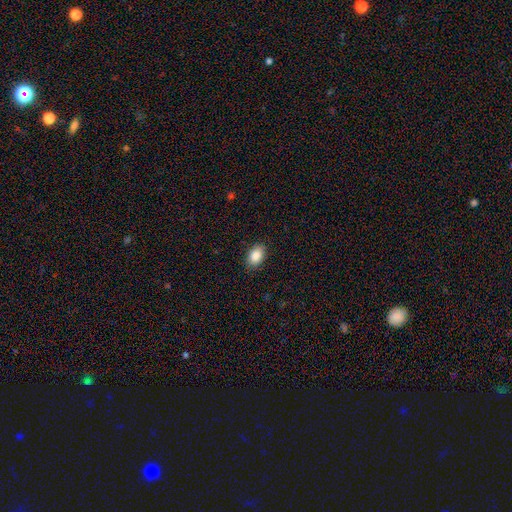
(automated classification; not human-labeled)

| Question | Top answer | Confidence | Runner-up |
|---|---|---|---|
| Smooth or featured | smooth | 87% | star or artifact (8%) |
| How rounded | in between | 87% | round (12%) |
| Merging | none | 88% | minor disturbance (9%) |